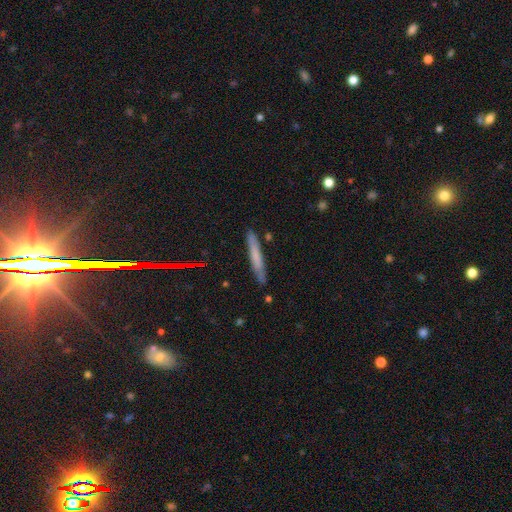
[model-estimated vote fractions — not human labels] Overall: smooth (61%; featured or disk 31%). How rounded: cigar-shaped (95%). Merging: none (86%).